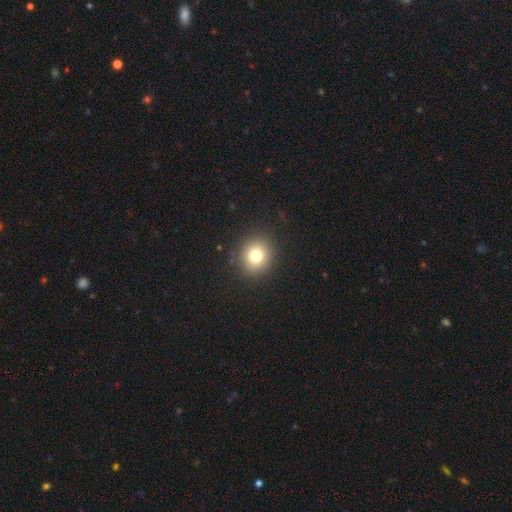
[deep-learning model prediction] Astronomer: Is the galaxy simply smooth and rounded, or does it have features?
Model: smooth — 78%.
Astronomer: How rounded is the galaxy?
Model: round — 84%.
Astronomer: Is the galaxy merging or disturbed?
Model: none — 90%.